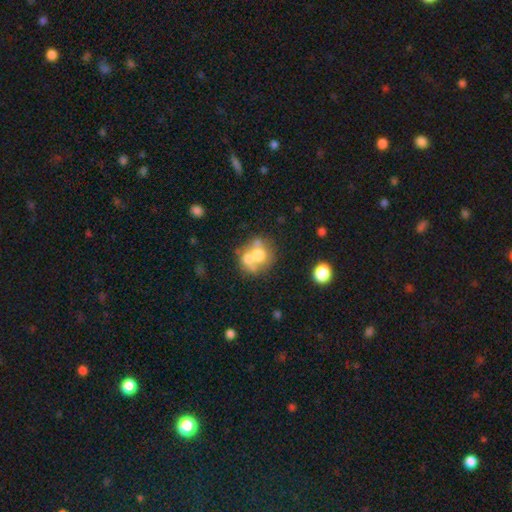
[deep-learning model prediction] smooth_or_featured: smooth (p=0.57) [alt: featured or disk p=0.32]
how_rounded: round (p=0.75) [alt: in between p=0.24]
merging: merger (p=0.49) [alt: none p=0.35]